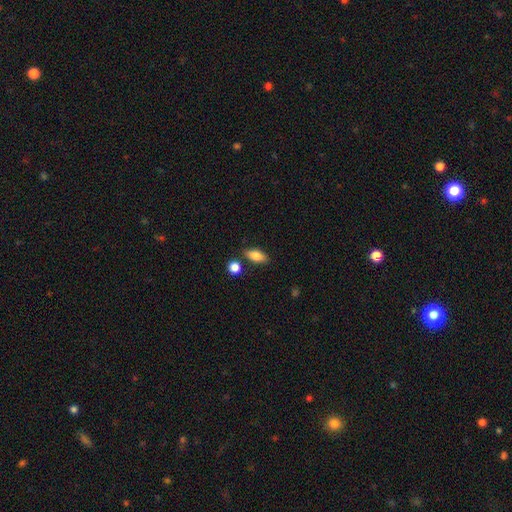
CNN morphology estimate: The model was most divided on "merging": none: 79%, minor disturbance: 11%, merger: 7%, major disturbance: 3%. More confident: how rounded — in between (84%); smooth or featured — smooth (83%).